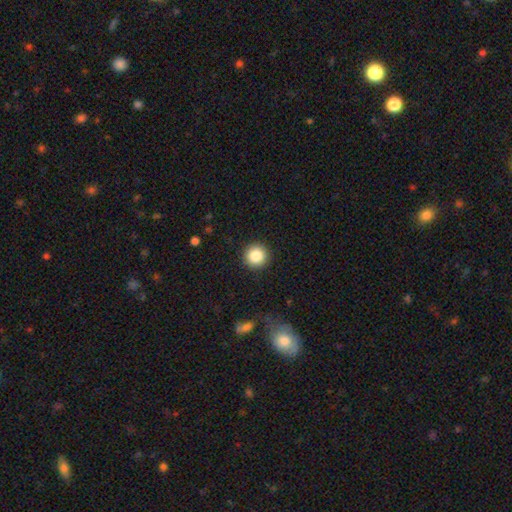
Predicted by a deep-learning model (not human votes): This appears to be a smooth galaxy with no disk features (86%) that is round (95%). Merging: none (92%).